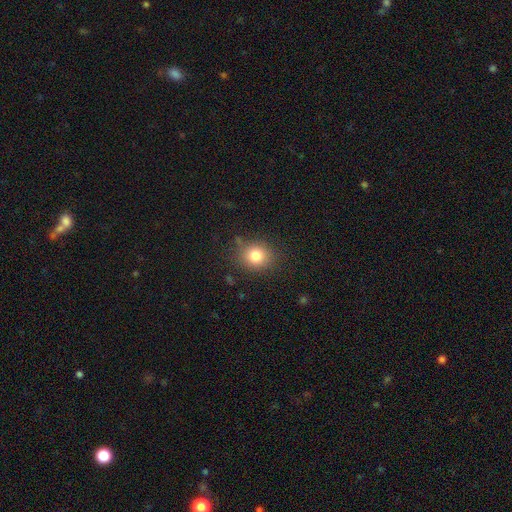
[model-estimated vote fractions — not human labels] Overall: smooth (81%). How rounded: round (77%). Merging: none (82%).